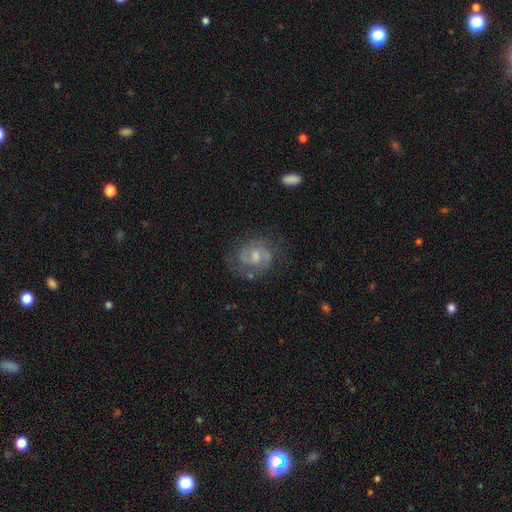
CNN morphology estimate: A featured or disk galaxy (78%) with a weak bar (53%), 2 (80%) medium (47%) spiral arms (94%) and a small central bulge (45%). Merging: none (75%).